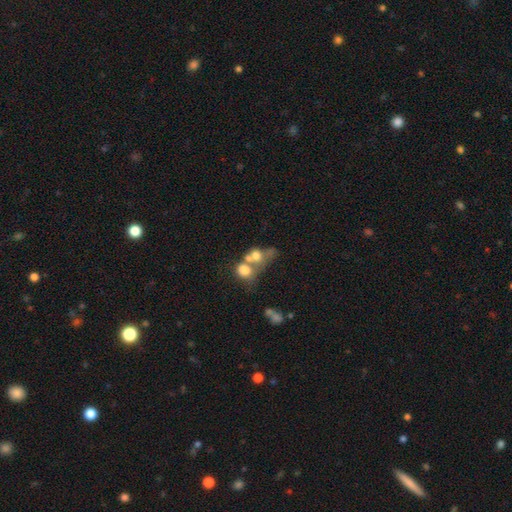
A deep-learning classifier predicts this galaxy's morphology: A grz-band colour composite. It shows a smooth galaxy with no disk features (63%) that is round (58%). Merging: merger (63%).